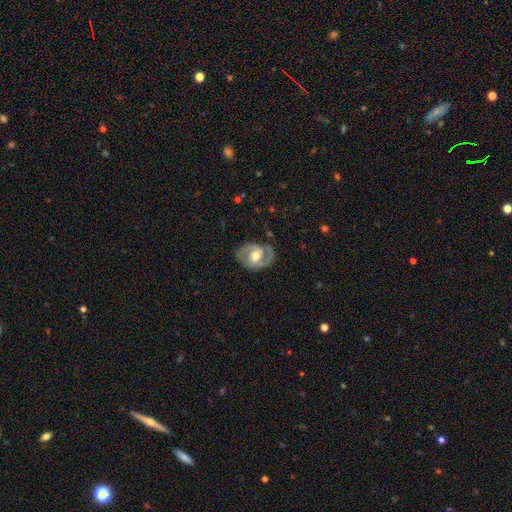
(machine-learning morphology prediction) A featured or disk galaxy (85%) with a weak bar (45%), 2 (91%) medium (55%) spiral arms (94%) and a moderate central bulge (69%).

Vote fractions:
- Smooth or featured? featured or disk: 85% / smooth: 10% / star or artifact: 5%
- Edge-on disk? no: 97% / yes: 3%
- Bar? weak: 45% / no: 37% / strong: 18%
- Spiral arms? yes: 94% / no: 6%
- Spiral winding? medium: 55% / tight: 32% / loose: 14%
- Spiral arm count? 2: 91% / can't tell: 4% / 1: 3% / 3: 1% / 4: 1% / more than 4: 1%
- Bulge size? moderate: 69% / small: 20% / large: 8% / none: 1% / dominant: 1%
- Merging? none: 79% / minor disturbance: 14% / major disturbance: 5% / merger: 1%